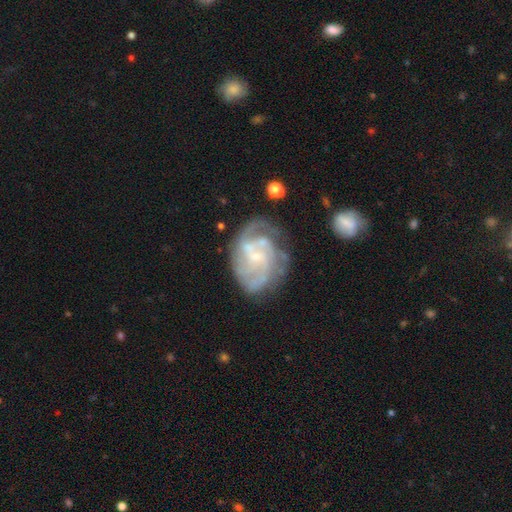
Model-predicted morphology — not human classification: smooth-or-featured: featured or disk: 81% | smooth: 12% | star or artifact: 7%
  disk-edge-on: no: 98% | yes: 2%
    bar: no: 48% | weak: 43% | strong: 9%
    has-spiral-arms: yes: 89% | no: 11%
      spiral-winding: medium: 43% | tight: 40% | loose: 17%
      spiral-arm-count: can't tell: 31% | 2: 26% | 3: 24% | 4: 9% | 1: 6% | more than 4: 5%
    bulge-size: small: 63% | moderate: 20% | none: 14% | large: 2% | dominant: 1%
  merging: none: 55% | minor disturbance: 22% | major disturbance: 17% | merger: 6%